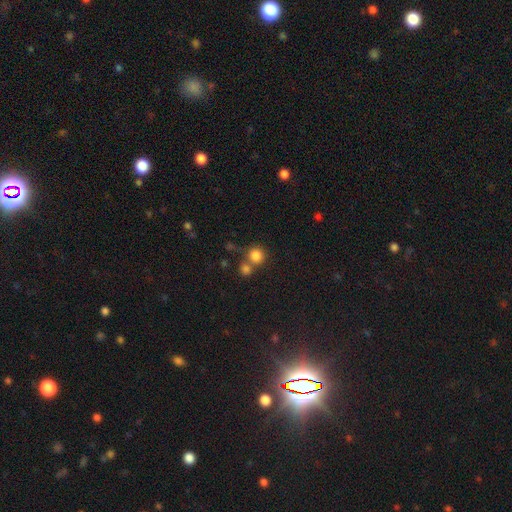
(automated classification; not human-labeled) The model was most divided on "merging": none: 54%, merger: 33%, minor disturbance: 9%, major disturbance: 5%. More confident: how rounded — round (88%); smooth or featured — smooth (82%).